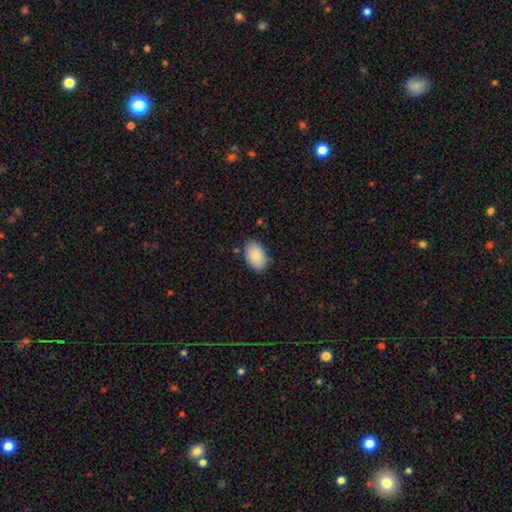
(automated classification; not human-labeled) Smooth or featured?
  - smooth: 89% *
  - star or artifact: 6%
  - featured or disk: 5%
How rounded?
  - in between: 91% *
  - round: 8%
  - cigar-shaped: 1%
Merging?
  - none: 83% *
  - minor disturbance: 13%
  - major disturbance: 3%
  - merger: 2%